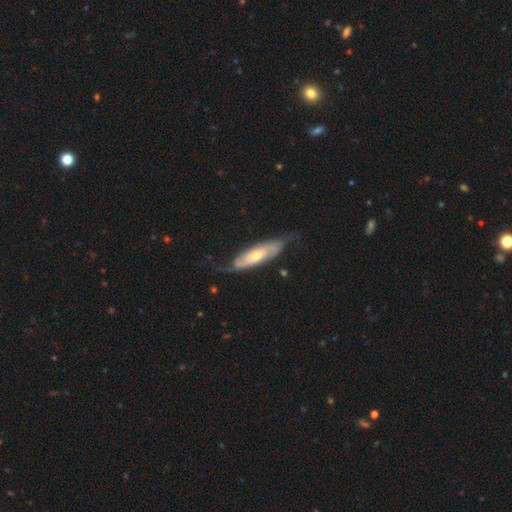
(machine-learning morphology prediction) Smooth or featured? Predicted: featured or disk (p=0.70). Edge-on disk? Predicted: no (p=0.76). Bar? Predicted: no (p=0.67). Spiral arms? Predicted: yes (p=0.86). Bulge size? Predicted: moderate (p=0.56). Merging? Predicted: none (p=0.63).